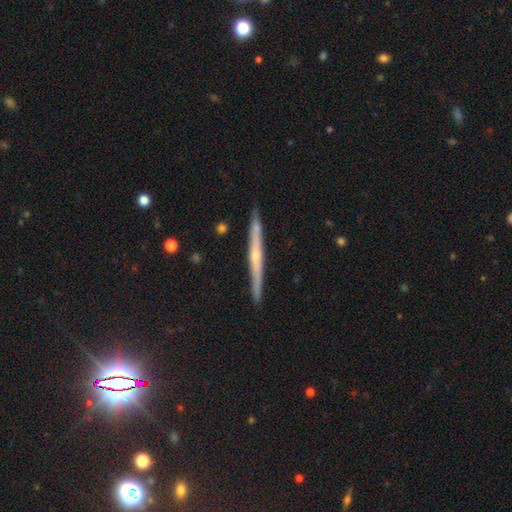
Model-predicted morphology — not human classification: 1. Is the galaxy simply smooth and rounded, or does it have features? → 68% featured or disk, 26% smooth, 6% star or artifact.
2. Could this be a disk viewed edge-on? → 97% yes, 3% no.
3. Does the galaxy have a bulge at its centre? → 57% rounded, 38% none, 5% boxy.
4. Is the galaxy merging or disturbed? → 89% none, 8% minor disturbance, 1% merger, 1% major disturbance.